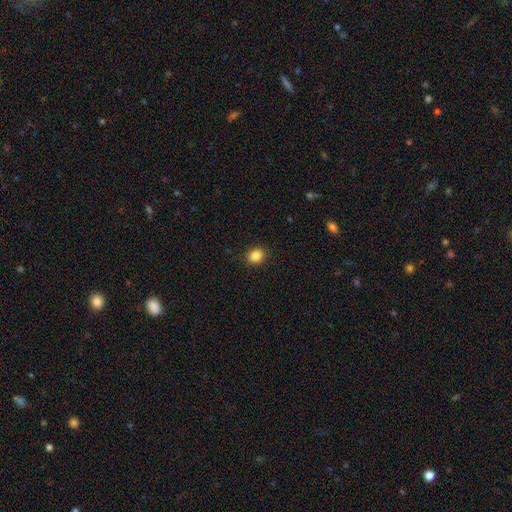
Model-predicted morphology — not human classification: Overall: smooth (86%). How rounded: round (68%; in between 31%). Merging: none (90%).